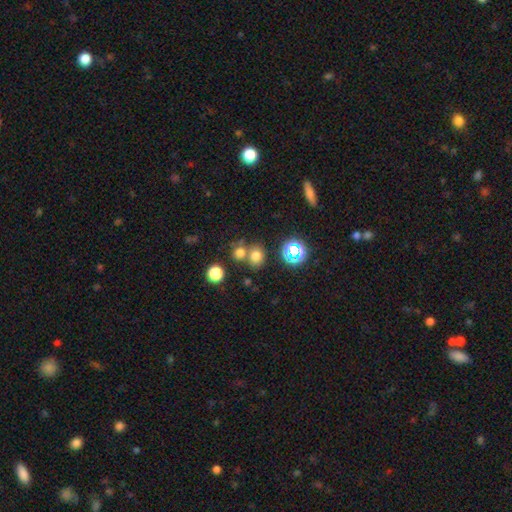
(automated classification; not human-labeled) This appears to be a smooth galaxy with no disk features (70%) that is round (69%). Merging: none (56%).